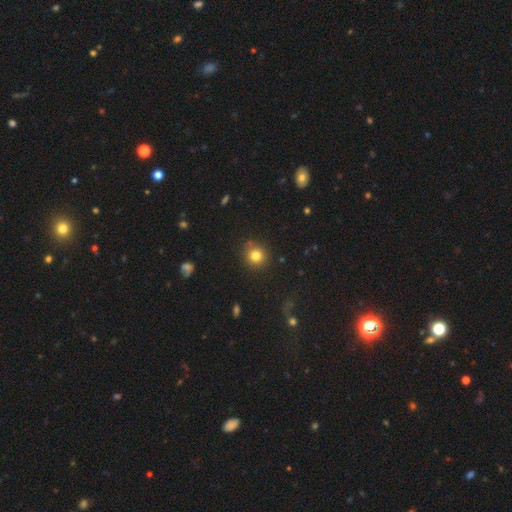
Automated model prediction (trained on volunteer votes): smooth-or-featured: smooth: 81% | star or artifact: 13% | featured or disk: 7%
  how-rounded: round: 91% | in between: 8% | cigar-shaped: 1%
  merging: none: 86% | minor disturbance: 9% | major disturbance: 3% | merger: 3%